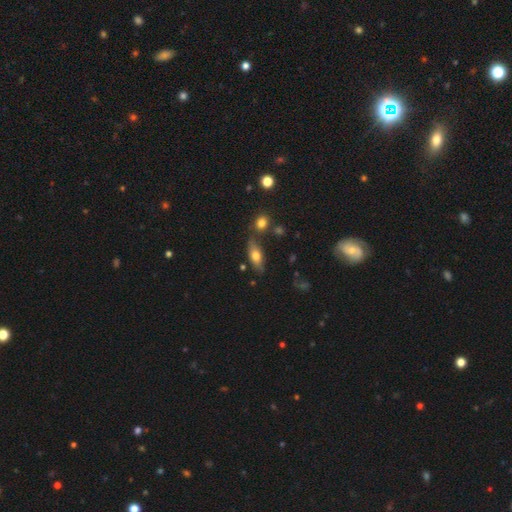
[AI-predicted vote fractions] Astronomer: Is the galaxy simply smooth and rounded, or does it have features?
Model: smooth — 63%.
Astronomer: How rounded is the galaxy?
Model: in between — 69%.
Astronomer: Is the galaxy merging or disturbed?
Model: none — 70%.